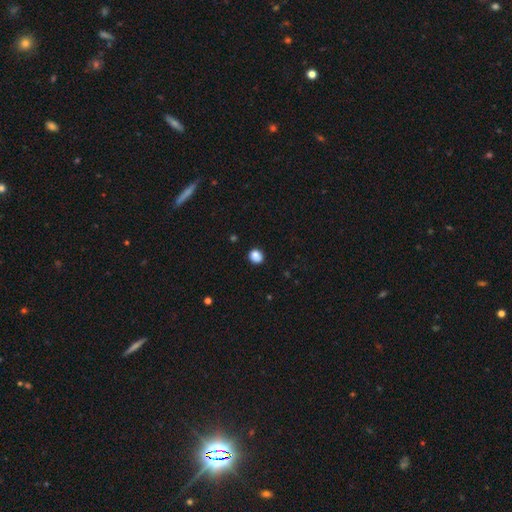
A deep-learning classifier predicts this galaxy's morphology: A smooth galaxy with no disk features (84%) that is round (79%).

Vote fractions:
- Smooth or featured? smooth: 84% / star or artifact: 10% / featured or disk: 6%
- How rounded? round: 79% / in between: 20% / cigar-shaped: 1%
- Merging? none: 83% / minor disturbance: 12% / major disturbance: 3% / merger: 2%